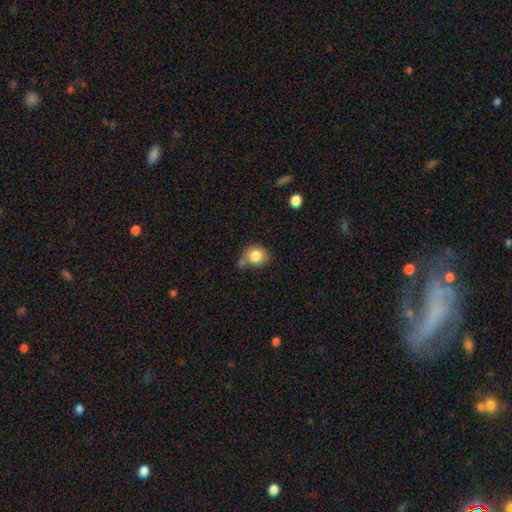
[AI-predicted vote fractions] Morphology: type=smooth (82%); roundness=round (77%); merging=none (45%).